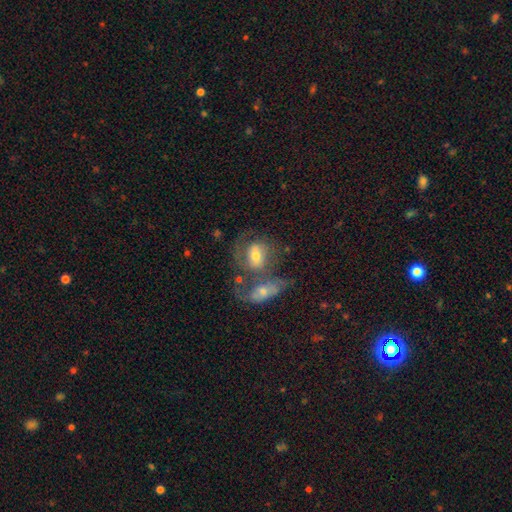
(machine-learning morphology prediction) Smooth or featured? Predicted: featured or disk (p=0.50). Edge-on disk? Predicted: no (p=0.93). Merging? Predicted: merger (p=0.50).